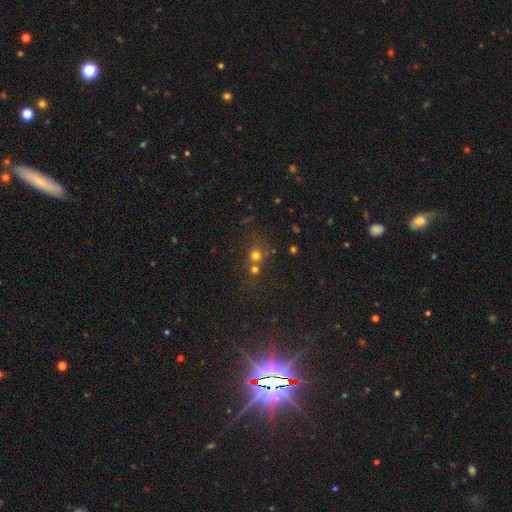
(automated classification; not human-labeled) Overall: smooth (65%). How rounded: round (88%). Merging: none (53%; merger 34%).